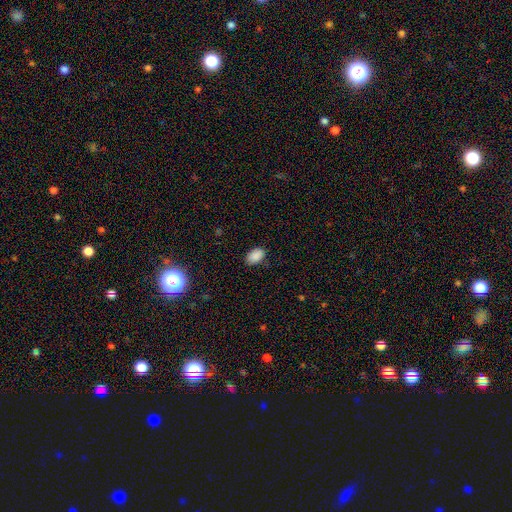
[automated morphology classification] The model was most divided on "merging": none: 84%, minor disturbance: 13%, major disturbance: 3%, merger: 1%. More confident: how rounded — in between (91%); smooth or featured — smooth (88%).